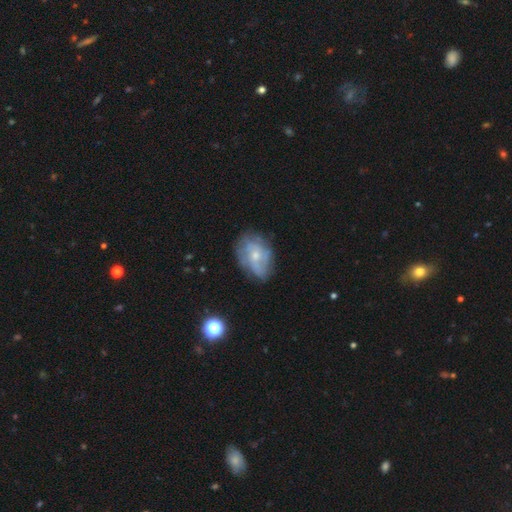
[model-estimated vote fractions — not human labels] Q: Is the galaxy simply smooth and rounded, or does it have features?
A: featured or disk — 63%.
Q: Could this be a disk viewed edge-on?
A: no — 96%.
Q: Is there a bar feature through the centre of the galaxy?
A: no — 78%.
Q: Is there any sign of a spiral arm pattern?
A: yes — 70%.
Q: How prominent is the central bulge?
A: small — 63%.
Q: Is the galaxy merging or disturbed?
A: none — 64%.